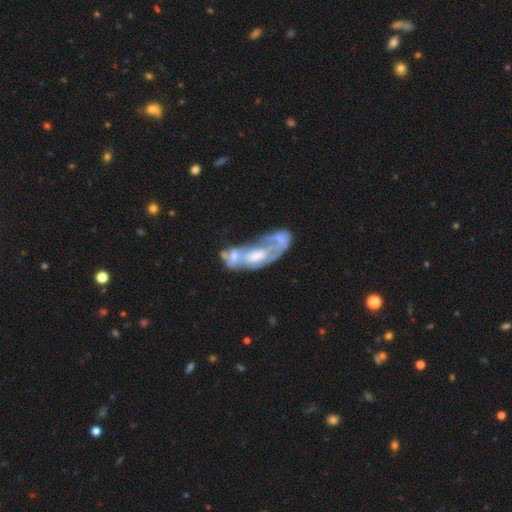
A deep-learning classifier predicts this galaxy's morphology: The model was most divided on "spiral arms": no: 55%, yes: 45%. Remaining: edge-on disk — no (91%); smooth or featured — featured or disk (71%); bar — no (67%); bulge size — moderate (45%); merging — merger (44%).